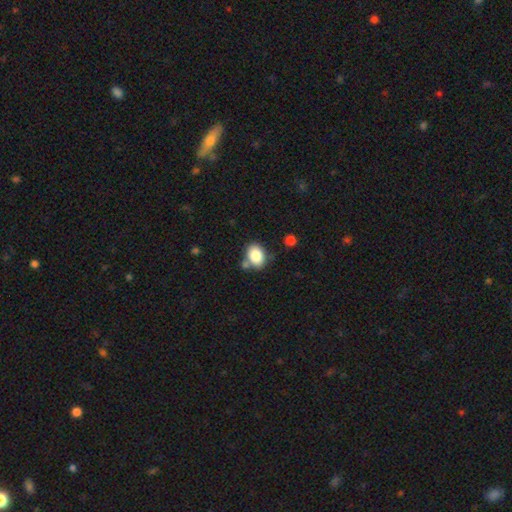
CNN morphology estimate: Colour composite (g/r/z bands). It shows a smooth galaxy with no disk features (84%) that is in between round and cigar-shaped (70%). Merging: none (68%).